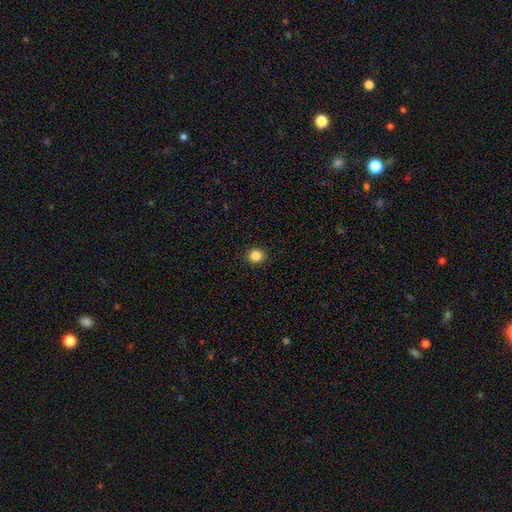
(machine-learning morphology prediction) Smooth or featured?
  - smooth: 85% *
  - star or artifact: 11%
  - featured or disk: 4%
How rounded?
  - round: 93% *
  - in between: 6%
  - cigar-shaped: 1%
Merging?
  - none: 93% *
  - minor disturbance: 4%
  - major disturbance: 2%
  - merger: 1%